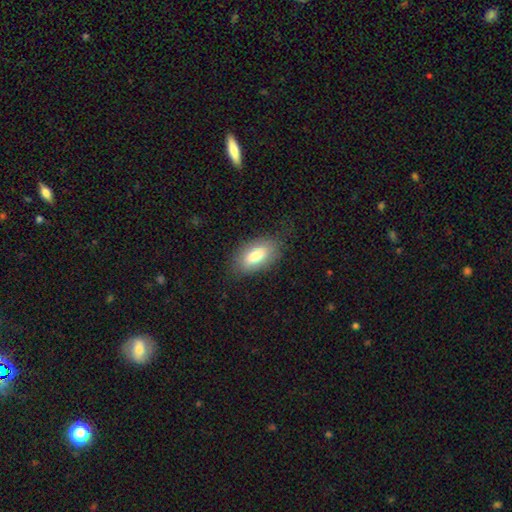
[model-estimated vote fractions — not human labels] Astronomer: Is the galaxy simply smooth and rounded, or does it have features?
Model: smooth — 77%.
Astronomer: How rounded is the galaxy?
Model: in between — 91%.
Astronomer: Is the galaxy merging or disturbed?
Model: none — 81%.